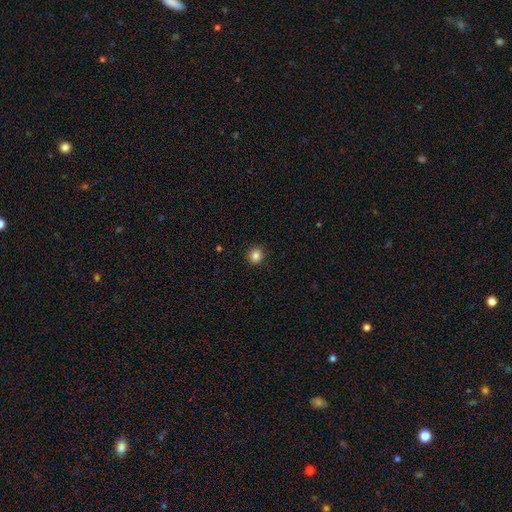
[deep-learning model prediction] smooth-or-featured: smooth: 84% | star or artifact: 11% | featured or disk: 5%
  how-rounded: round: 85% | in between: 14% | cigar-shaped: 1%
  merging: none: 91% | minor disturbance: 7% | major disturbance: 2% | merger: 1%